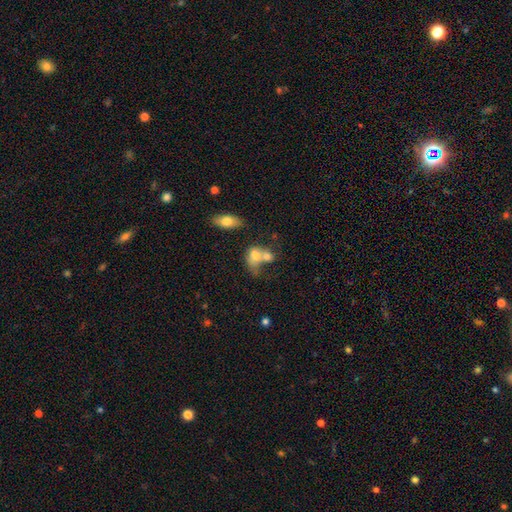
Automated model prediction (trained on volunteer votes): Morphology: type=smooth (69%); roundness=in between (70%); merging=merger (65%).